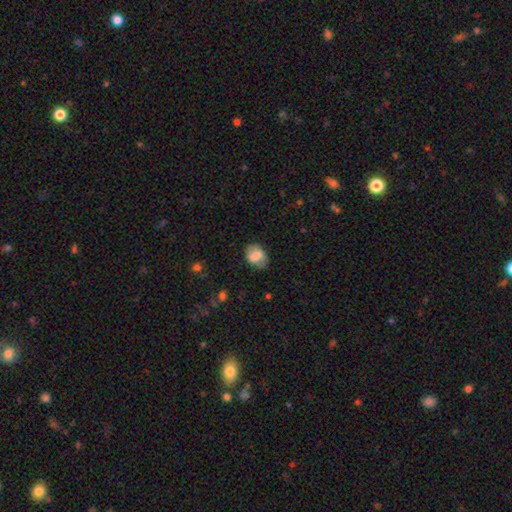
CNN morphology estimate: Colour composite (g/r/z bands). It shows a smooth galaxy with no disk features (65%) that is in between round and cigar-shaped (67%). Merging: none (72%).